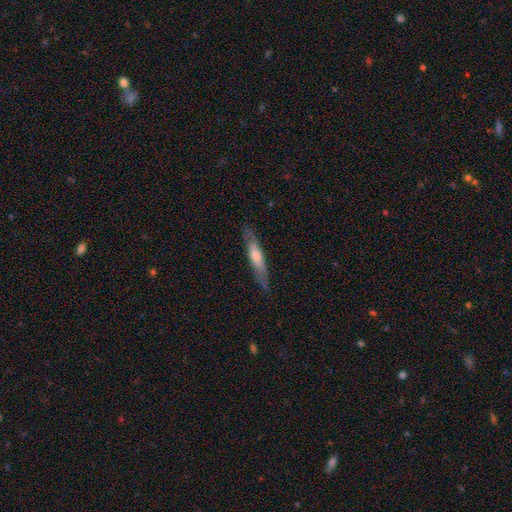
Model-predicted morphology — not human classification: Smooth or featured?
  - featured or disk: 56% *
  - smooth: 37%
  - star or artifact: 6%
Edge-on disk?
  - yes: 75% *
  - no: 25%
Merging?
  - none: 82% *
  - minor disturbance: 14%
  - major disturbance: 3%
  - merger: 1%